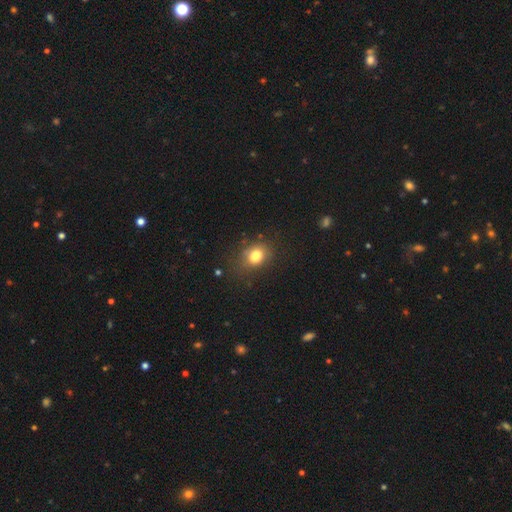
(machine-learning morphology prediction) This is likely a smooth galaxy (78%). How rounded: possibly in between (58%). Merging: likely none (64%).